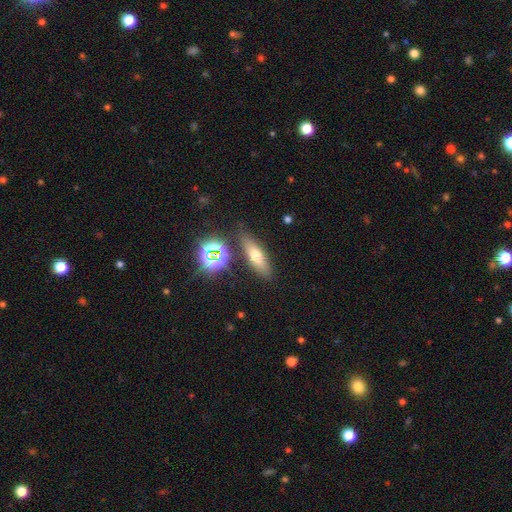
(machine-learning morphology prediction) The model was most divided on "how rounded": cigar-shaped: 50%, in between: 43%, round: 7%. More confident: merging — none (81%); smooth or featured — smooth (57%).